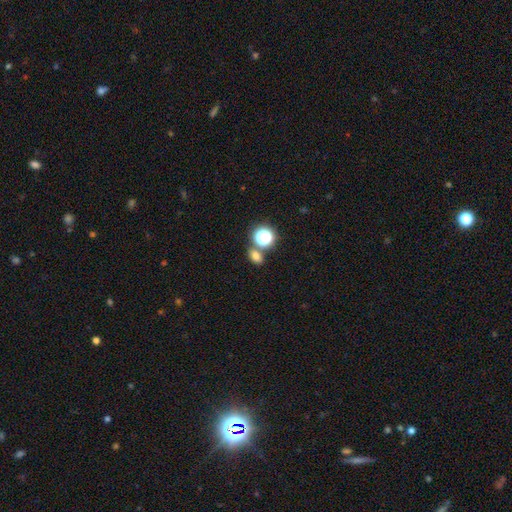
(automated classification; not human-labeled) A smooth galaxy with no disk features (70%) that is in between round and cigar-shaped (62%). Merging: none (70%).